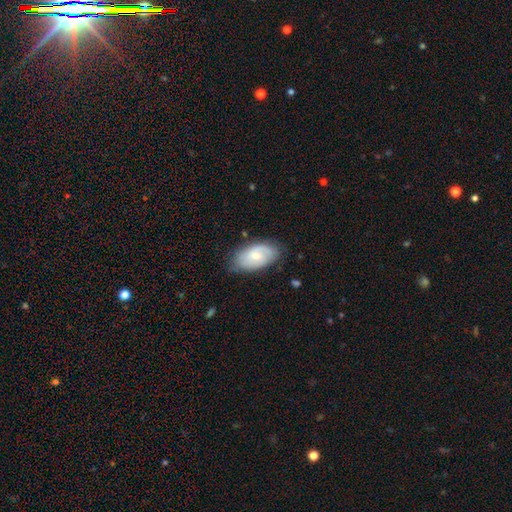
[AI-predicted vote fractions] A featured or disk galaxy (52%).

Vote fractions:
- Smooth or featured? featured or disk: 52% / smooth: 42% / star or artifact: 6%
- Edge-on disk? no: 94% / yes: 6%
- Merging? none: 74% / minor disturbance: 20% / major disturbance: 5% / merger: 1%